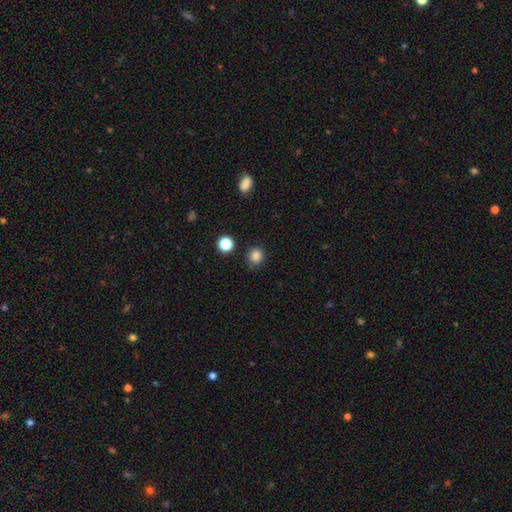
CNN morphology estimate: Smooth or featured: smooth — 84% (star or artifact — 12%)
How rounded: round — 84% (in between — 15%)
Merging: none — 84% (minor disturbance — 10%)